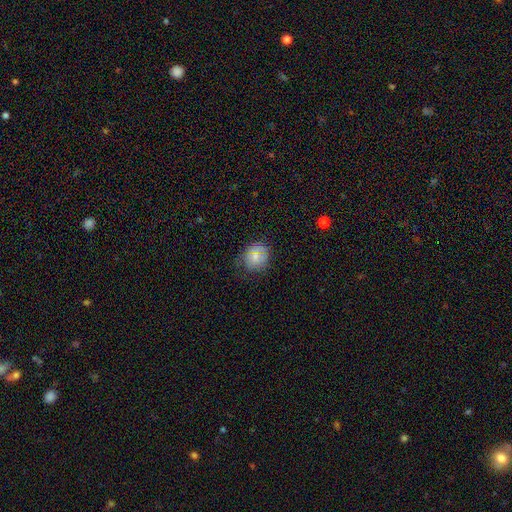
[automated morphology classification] Smooth or featured? smooth (71%)
How rounded? round (71%)
Merging? none (68%)